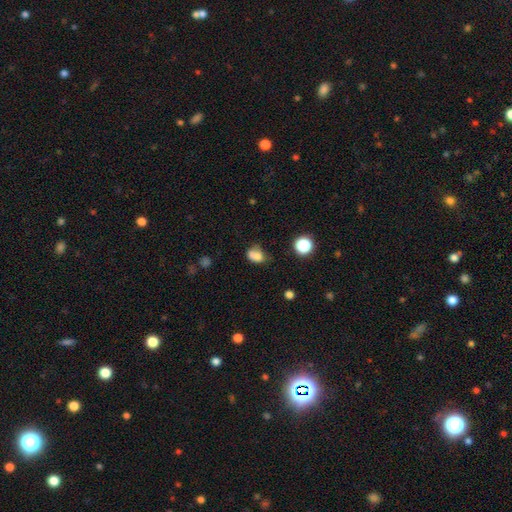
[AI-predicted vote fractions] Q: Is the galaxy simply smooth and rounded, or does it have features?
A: smooth — 74%.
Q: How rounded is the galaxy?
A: in between — 56%.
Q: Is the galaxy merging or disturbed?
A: none — 35%.